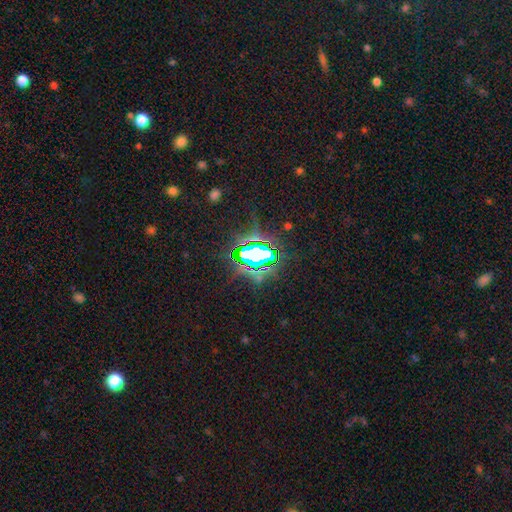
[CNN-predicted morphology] This is likely a star or artifact rather than a galaxy (75%).